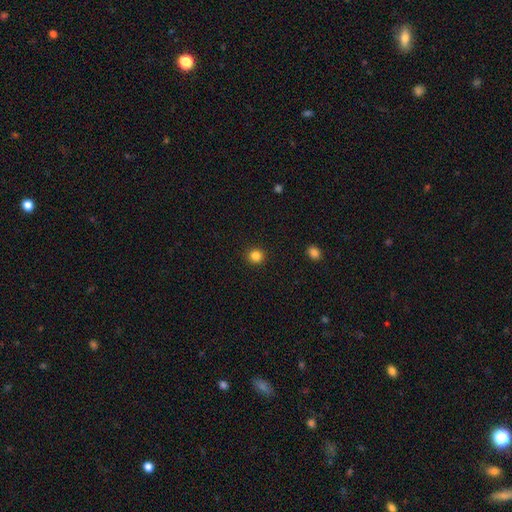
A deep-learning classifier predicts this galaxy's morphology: smooth-or-featured: smooth: 84% | star or artifact: 12% | featured or disk: 4%
  how-rounded: round: 92% | in between: 7% | cigar-shaped: 1%
  merging: none: 93% | minor disturbance: 5% | major disturbance: 2% | merger: 1%